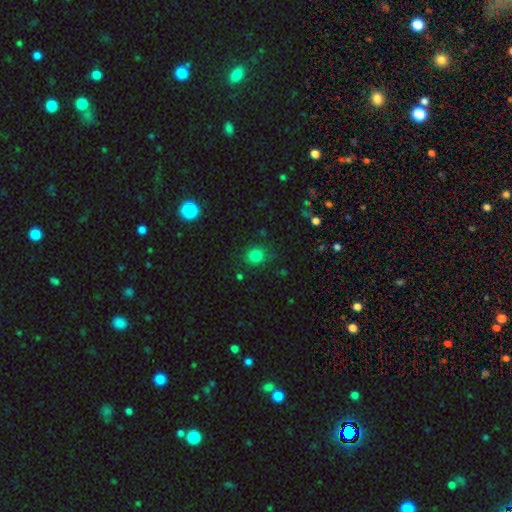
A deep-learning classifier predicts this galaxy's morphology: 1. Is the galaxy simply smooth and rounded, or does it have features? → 80% smooth, 14% star or artifact, 5% featured or disk.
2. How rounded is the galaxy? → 83% round, 16% in between, 1% cigar-shaped.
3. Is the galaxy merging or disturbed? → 82% none, 12% minor disturbance, 4% major disturbance, 2% merger.